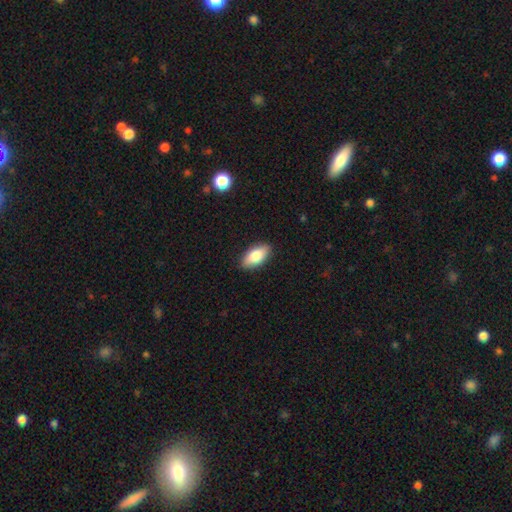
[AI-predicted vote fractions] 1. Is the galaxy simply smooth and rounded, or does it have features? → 83% smooth, 11% featured or disk, 6% star or artifact.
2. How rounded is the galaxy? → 92% in between, 5% cigar-shaped, 3% round.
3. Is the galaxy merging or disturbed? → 88% none, 9% minor disturbance, 2% major disturbance, 1% merger.